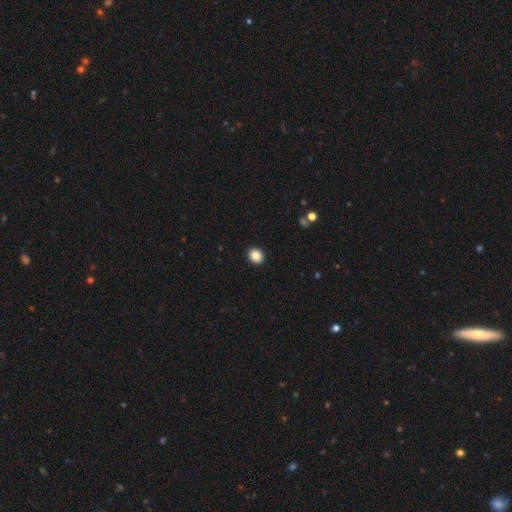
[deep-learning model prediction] Q: Smooth or featured?
A: smooth (87%); runner-up: star or artifact (9%)
Q: How rounded?
A: round (70%); runner-up: in between (29%)
Q: Merging?
A: none (93%); runner-up: minor disturbance (5%)